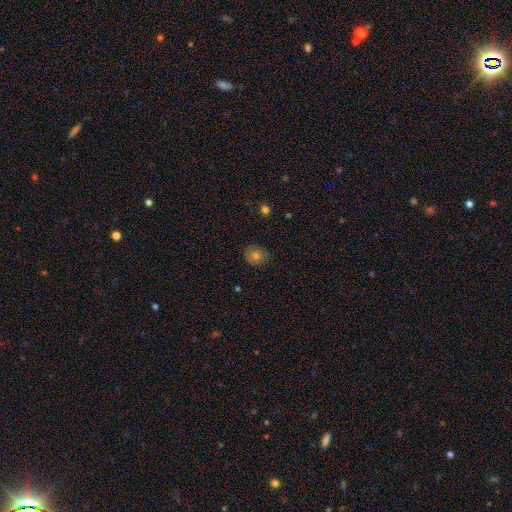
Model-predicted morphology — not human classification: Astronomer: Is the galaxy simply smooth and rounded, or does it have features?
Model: smooth — 71%.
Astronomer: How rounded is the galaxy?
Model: round — 75%.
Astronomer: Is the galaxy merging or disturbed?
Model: none — 82%.